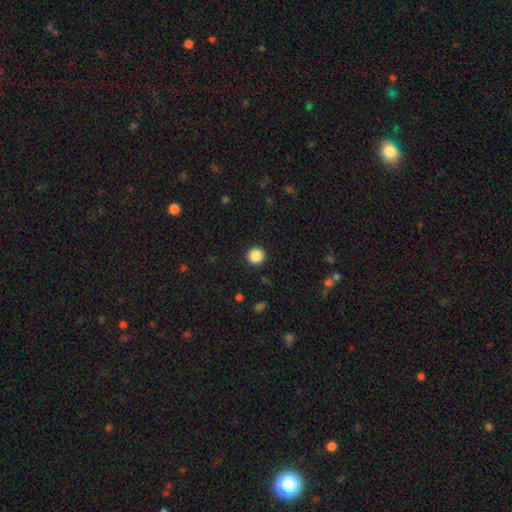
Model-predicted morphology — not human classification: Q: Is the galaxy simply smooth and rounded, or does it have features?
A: smooth — 87%.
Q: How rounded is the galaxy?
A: round — 95%.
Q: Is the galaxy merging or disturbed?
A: none — 92%.